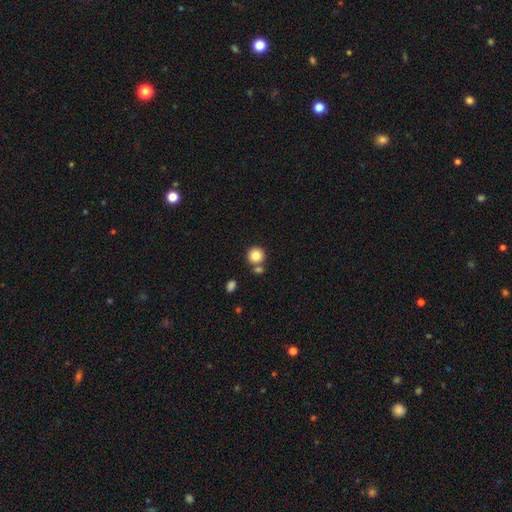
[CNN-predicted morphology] This appears to be a smooth galaxy with no disk features (83%) that is round (92%). Merging: none (70%).